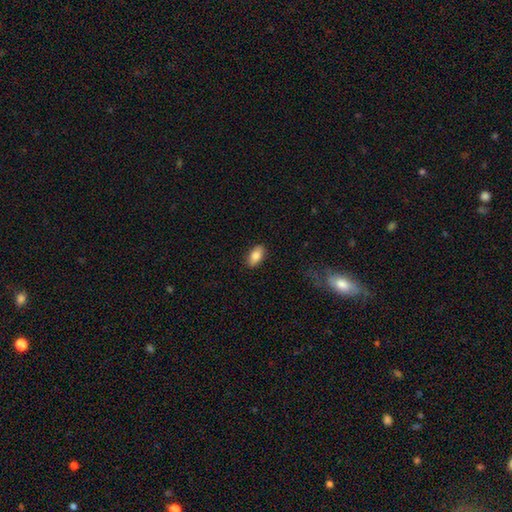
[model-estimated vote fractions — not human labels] Smooth or featured? Predicted: smooth (p=0.84). How rounded? Predicted: in between (p=0.91). Merging? Predicted: none (p=0.89).